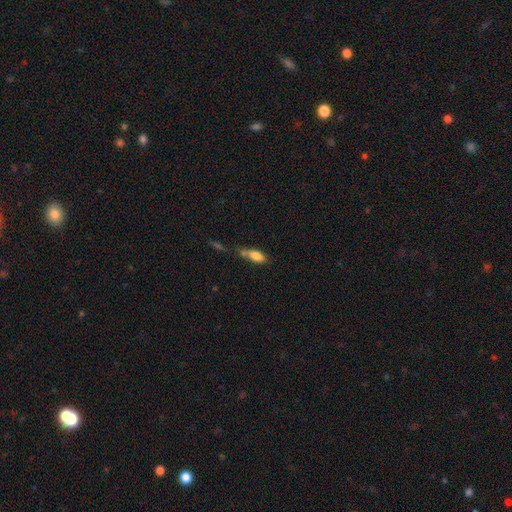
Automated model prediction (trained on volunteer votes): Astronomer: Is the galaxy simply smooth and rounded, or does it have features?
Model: smooth — 82%.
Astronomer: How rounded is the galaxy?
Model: in between — 81%.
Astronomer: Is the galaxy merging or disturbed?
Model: merger — 35% (runner-up: none, 34%).